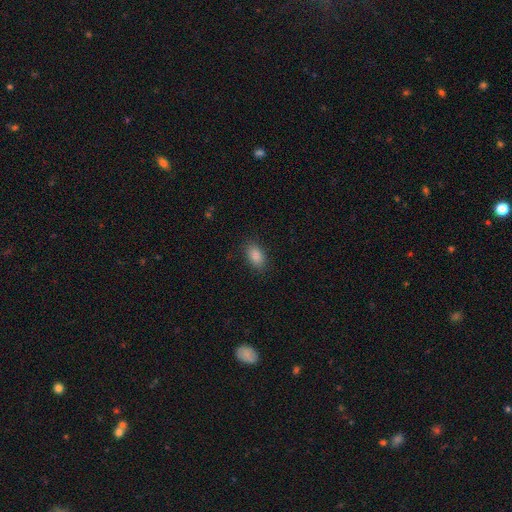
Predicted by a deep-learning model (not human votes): Smooth or featured? Predicted: smooth (p=0.88). How rounded? Predicted: in between (p=0.91). Merging? Predicted: none (p=0.86).